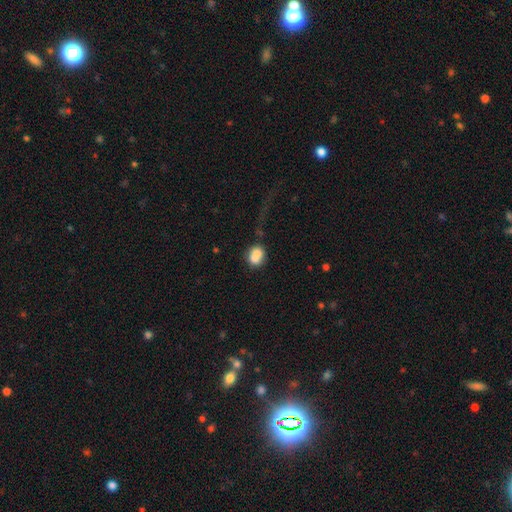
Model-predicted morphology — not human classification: A smooth galaxy with no disk features (73%) that is round (59%).

Vote fractions:
- Smooth or featured? smooth: 73% / featured or disk: 18% / star or artifact: 9%
- How rounded? round: 59% / in between: 40% / cigar-shaped: 1%
- Merging? merger: 48% / none: 32% / minor disturbance: 12% / major disturbance: 8%